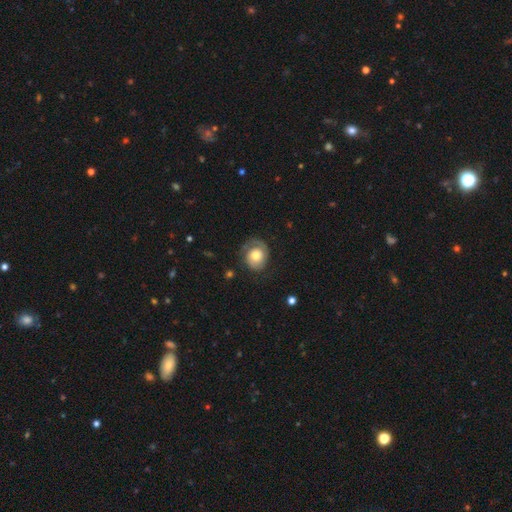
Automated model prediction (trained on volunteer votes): This appears to be a featured or disk galaxy (54%) with no bar (81%), spiral arms (81%) and a moderate central bulge (62%). Merging: none (63%).